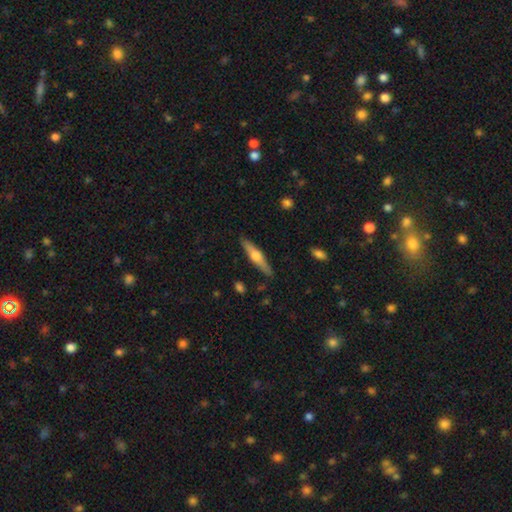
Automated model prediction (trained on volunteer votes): A featured or disk galaxy (53%) viewed edge-on (94%) with a rounded central bulge (91%).

Vote fractions:
- Smooth or featured? featured or disk: 53% / smooth: 41% / star or artifact: 6%
- Edge-on disk? yes: 94% / no: 6%
- Edge-on bulge? rounded: 91% / boxy: 5% / none: 4%
- Merging? none: 87% / minor disturbance: 9% / major disturbance: 2% / merger: 1%